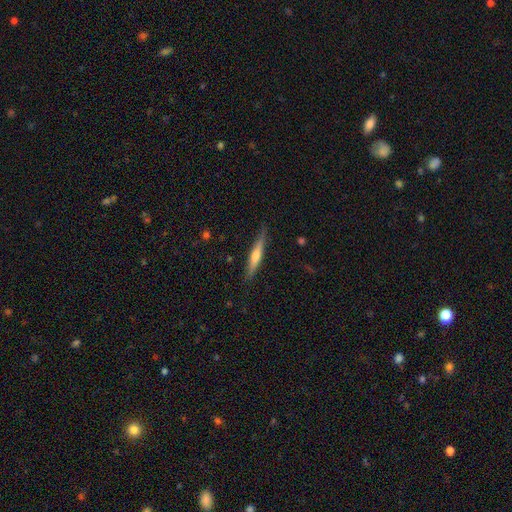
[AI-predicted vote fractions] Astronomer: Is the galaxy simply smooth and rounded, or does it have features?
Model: featured or disk — 52% (runner-up: smooth, 43%).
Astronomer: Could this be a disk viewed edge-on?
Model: yes — 96%.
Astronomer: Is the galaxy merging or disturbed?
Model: none — 86%.